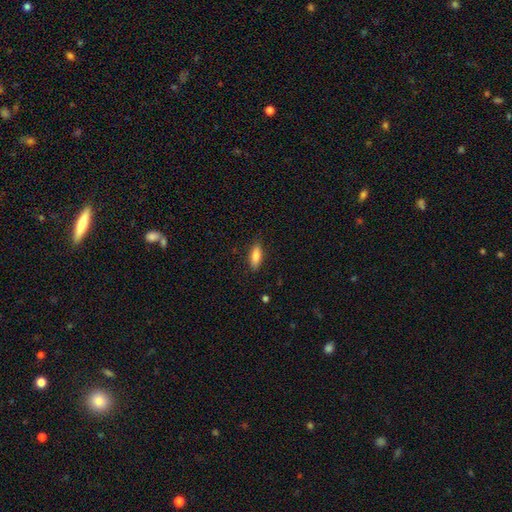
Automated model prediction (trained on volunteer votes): Smooth or featured? smooth (81%)
How rounded? in between (63%)
Merging? none (86%)